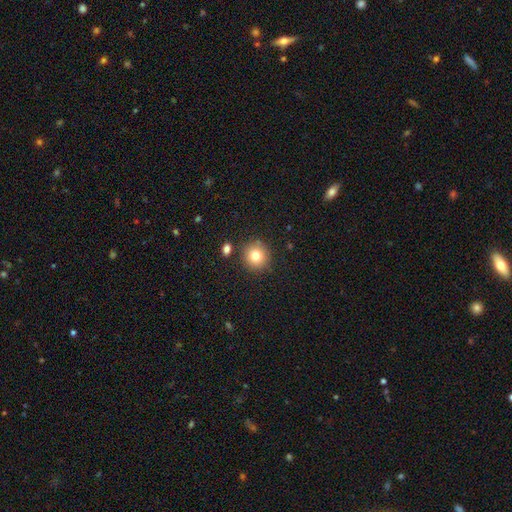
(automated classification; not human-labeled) Morphology: type=smooth (80%); roundness=round (93%); merging=none (85%).